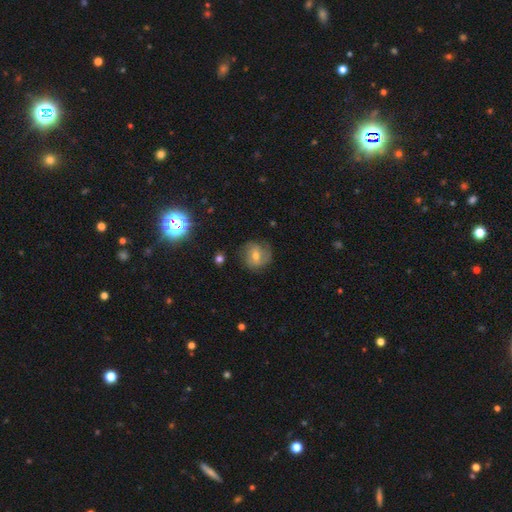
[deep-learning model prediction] Smooth or featured? featured or disk (49%)
Merging? none (71%)